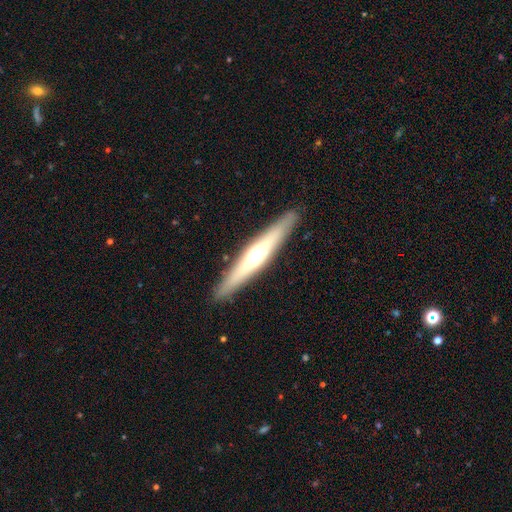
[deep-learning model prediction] Morphology: type=featured or disk (58%); edge-on=yes (94%); edge-on bulge=rounded (83%); merging=none (91%).